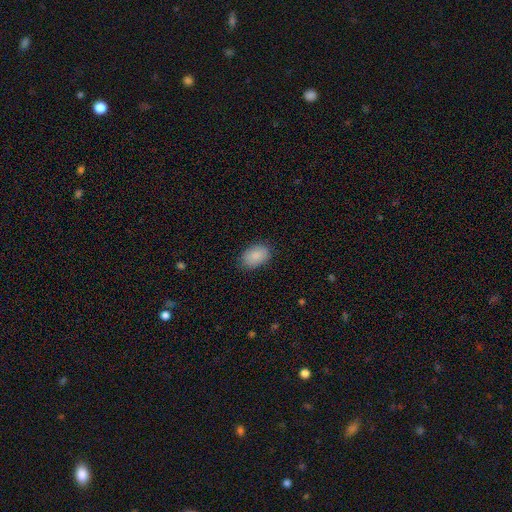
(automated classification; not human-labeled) A smooth galaxy with no disk features (89%) that is in between round and cigar-shaped (89%).

Vote fractions:
- Smooth or featured? smooth: 89% / star or artifact: 7% / featured or disk: 5%
- How rounded? in between: 89% / round: 10% / cigar-shaped: 1%
- Merging? none: 84% / minor disturbance: 12% / major disturbance: 3% / merger: 1%